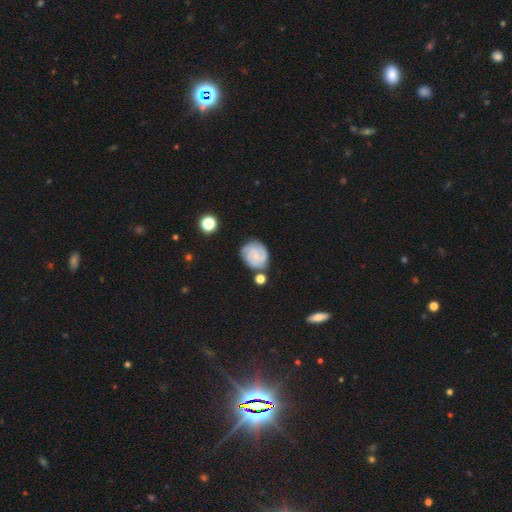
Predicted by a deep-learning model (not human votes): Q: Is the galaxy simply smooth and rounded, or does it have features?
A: featured or disk — 66%.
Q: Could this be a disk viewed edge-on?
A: no — 98%.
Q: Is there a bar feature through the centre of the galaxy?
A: no — 65%.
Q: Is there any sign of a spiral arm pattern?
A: yes — 93%.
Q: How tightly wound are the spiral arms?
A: tight — 64%.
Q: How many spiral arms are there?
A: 3 — 35%.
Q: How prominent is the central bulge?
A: small — 61%.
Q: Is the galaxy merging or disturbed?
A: none — 70%.